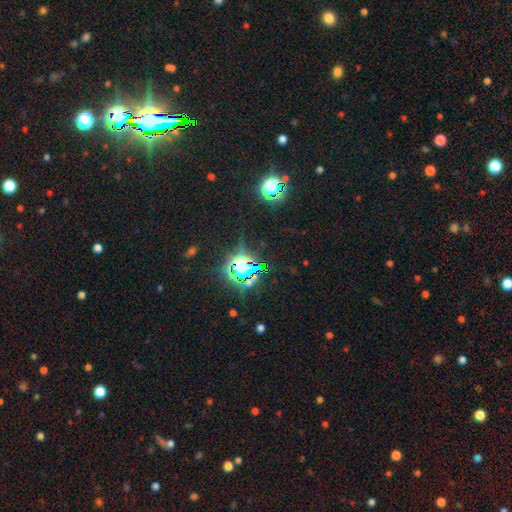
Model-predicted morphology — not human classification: A star or artifact, not a galaxy (84%).

Vote fractions:
- Smooth or featured? star or artifact: 84% / smooth: 9% / featured or disk: 7%